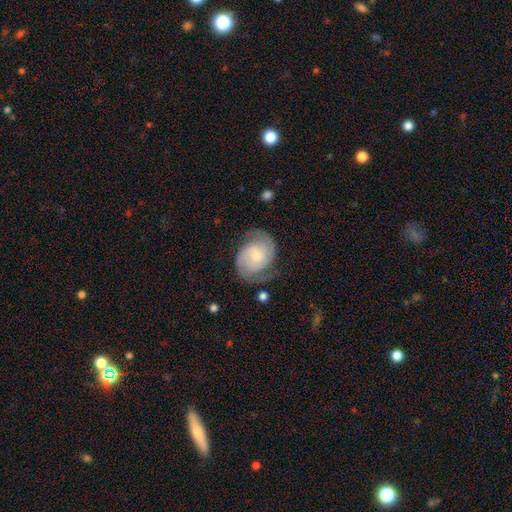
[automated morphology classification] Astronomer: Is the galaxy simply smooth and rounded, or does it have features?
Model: featured or disk — 81%.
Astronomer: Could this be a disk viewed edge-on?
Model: no — 98%.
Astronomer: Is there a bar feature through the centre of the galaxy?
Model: no — 60%.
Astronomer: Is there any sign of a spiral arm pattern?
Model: yes — 96%.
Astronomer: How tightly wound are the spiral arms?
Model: medium — 44% (runner-up: tight, 43%).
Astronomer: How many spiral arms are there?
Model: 2 — 90%.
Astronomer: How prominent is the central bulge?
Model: small — 52% (runner-up: moderate, 34%).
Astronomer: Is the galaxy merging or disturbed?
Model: none — 72%.